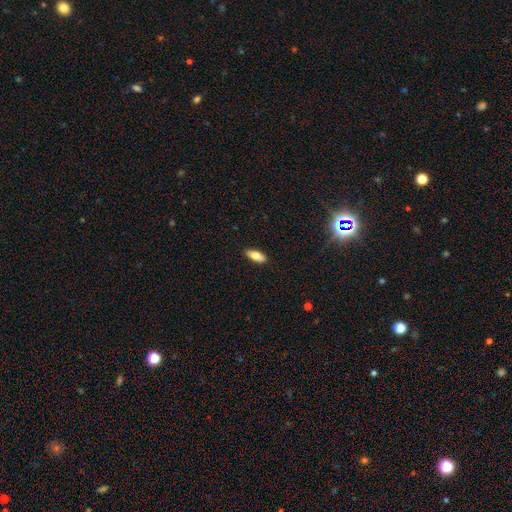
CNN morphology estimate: smooth_or_featured: smooth (p=0.76) [alt: featured or disk p=0.17]
how_rounded: in between (p=0.79) [alt: cigar-shaped p=0.18]
merging: none (p=0.89) [alt: minor disturbance p=0.08]